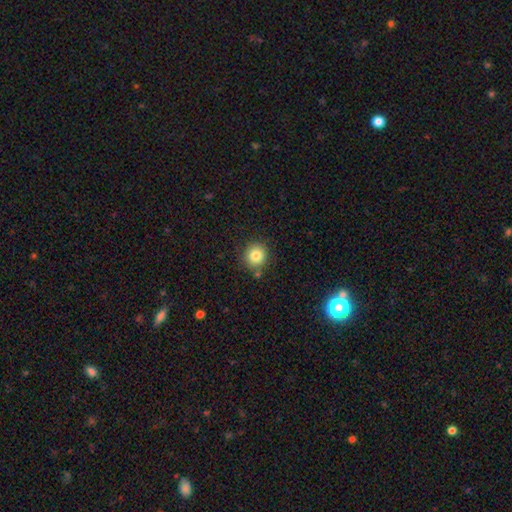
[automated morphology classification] A smooth galaxy with no disk features (82%) that is round (91%). Merging: none (82%).